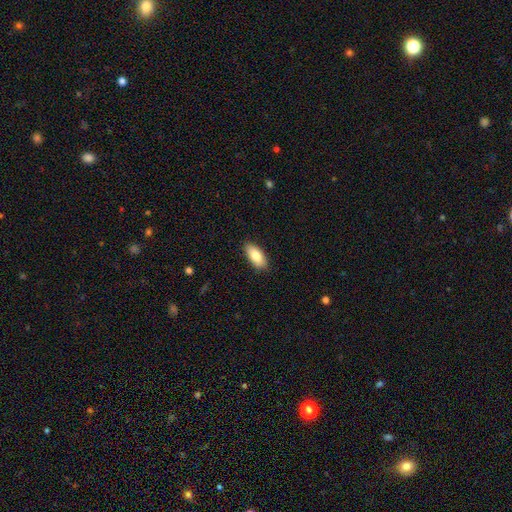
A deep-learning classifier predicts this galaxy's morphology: Smooth or featured: smooth — 85% (featured or disk — 9%)
How rounded: in between — 88% (cigar-shaped — 9%)
Merging: none — 87% (minor disturbance — 10%)